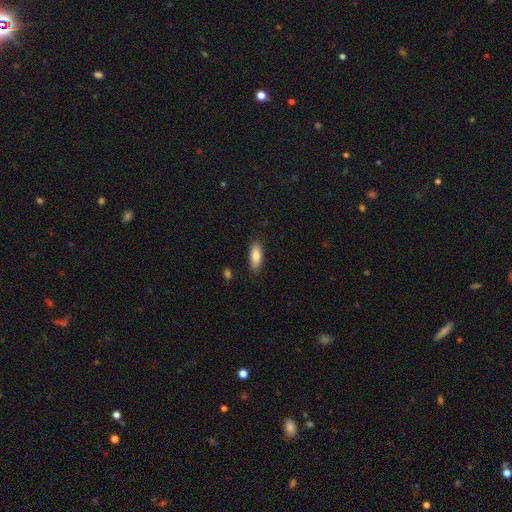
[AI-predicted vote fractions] A smooth galaxy with no disk features (83%) that is in between round and cigar-shaped (74%). Merging: none (87%).